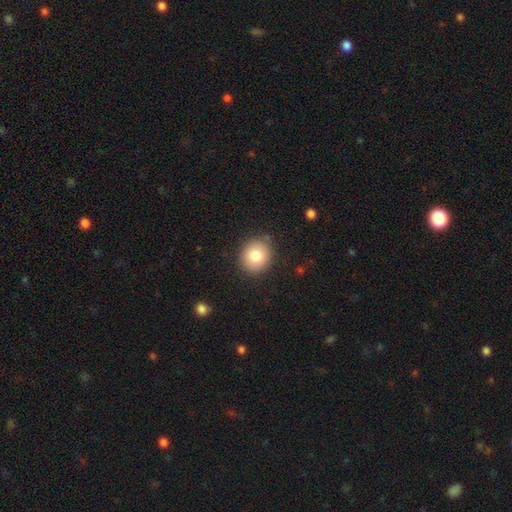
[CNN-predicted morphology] Smooth or featured: smooth — 80% (featured or disk — 10%)
How rounded: round — 80% (in between — 19%)
Merging: none — 86% (minor disturbance — 10%)